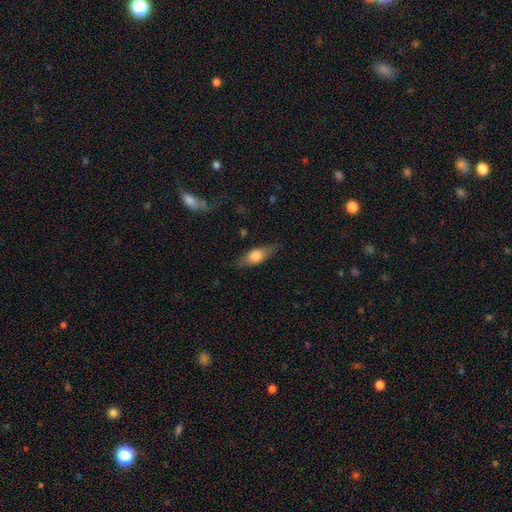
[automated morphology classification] This is likely a smooth galaxy (65%). How rounded: likely in between (66%). Merging: clearly none (81%).